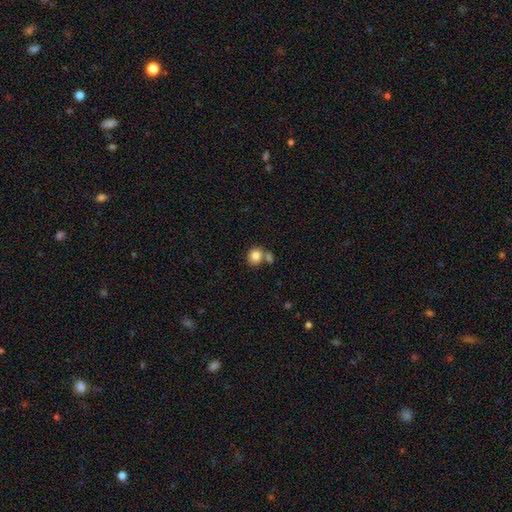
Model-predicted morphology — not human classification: Smooth or featured? Predicted: smooth (p=0.83). How rounded? Predicted: round (p=0.82). Merging? Predicted: none (p=0.59).